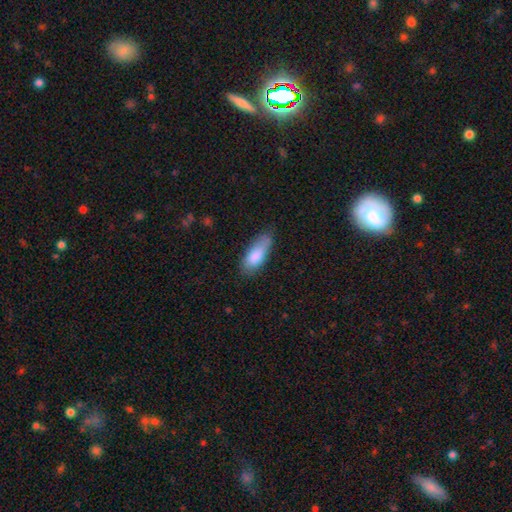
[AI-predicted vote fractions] A smooth galaxy with no disk features (83%) that is in between round and cigar-shaped (72%). Merging: none (65%).